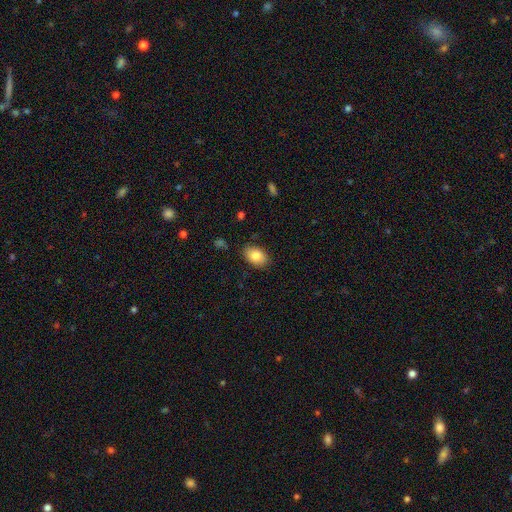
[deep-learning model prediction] A smooth galaxy with no disk features (85%) that is in between round and cigar-shaped (88%).

Vote fractions:
- Smooth or featured? smooth: 85% / featured or disk: 8% / star or artifact: 7%
- How rounded? in between: 88% / round: 11% / cigar-shaped: 1%
- Merging? none: 85% / minor disturbance: 12% / major disturbance: 3% / merger: 1%